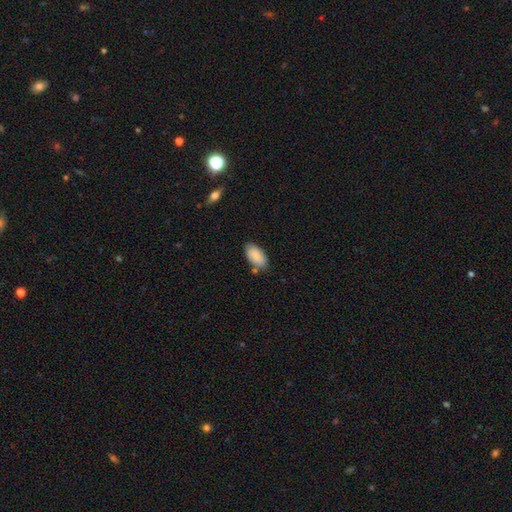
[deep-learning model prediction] smooth-or-featured: smooth: 84% | featured or disk: 9% | star or artifact: 6%
  how-rounded: in between: 95% | cigar-shaped: 3% | round: 2%
  merging: none: 72% | minor disturbance: 19% | merger: 6% | major disturbance: 3%